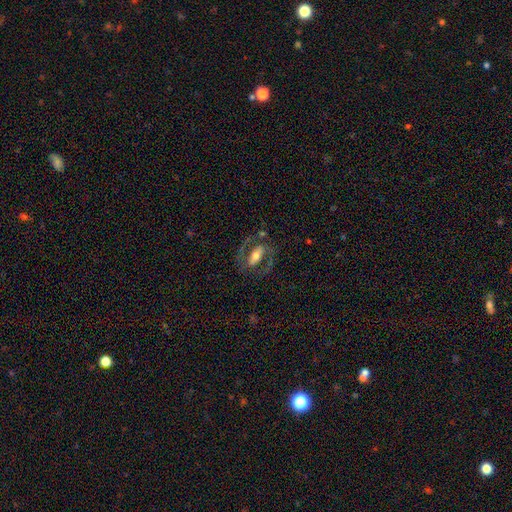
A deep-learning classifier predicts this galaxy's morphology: Smooth or featured: featured or disk — 67% (smooth — 26%)
Edge-on disk: no — 89% (yes — 11%)
Bar: strong — 42% (no — 30%)
Spiral arms: yes — 65% (no — 35%)
Bulge size: moderate — 59% (small — 19%)
Merging: none — 63% (major disturbance — 18%)